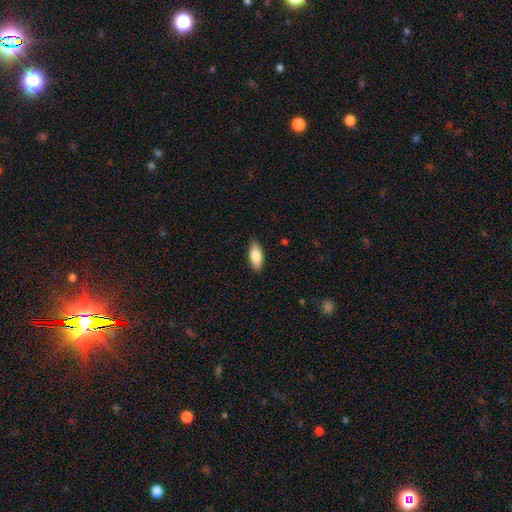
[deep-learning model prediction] Morphology: type=smooth (78%); roundness=in between (79%); merging=none (89%).